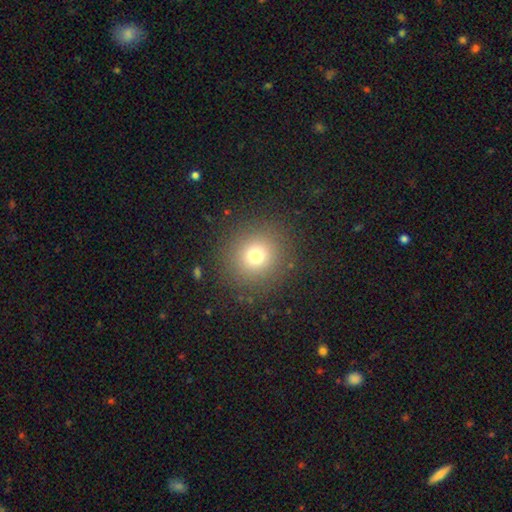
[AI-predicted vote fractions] smooth 72%, star or artifact 18%, featured or disk 10%. Down the decision tree: how rounded — round (93%); merging — none (88%).